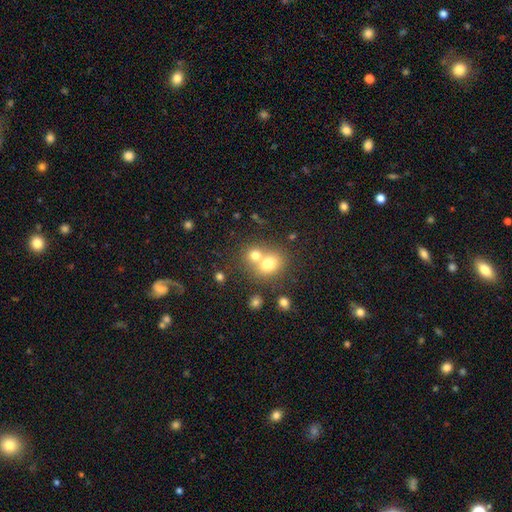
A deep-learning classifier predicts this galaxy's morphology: type=smooth (73%); roundness=round (67%); merging=merger (56%).